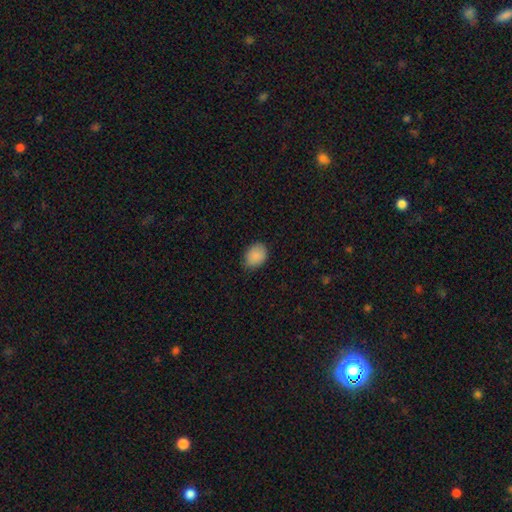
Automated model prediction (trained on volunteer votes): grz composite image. It shows a smooth galaxy with no disk features (89%) that is in between round and cigar-shaped (67%). Merging: none (81%).